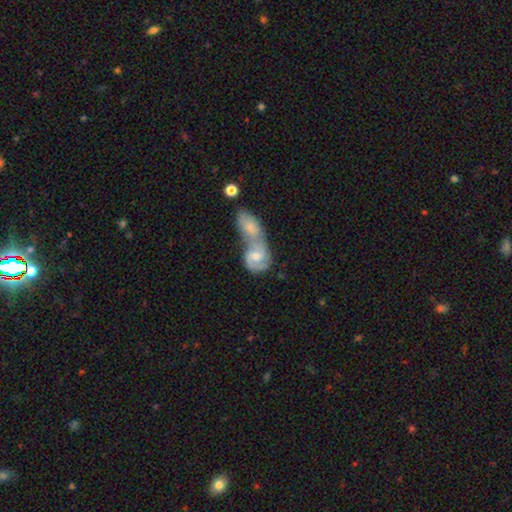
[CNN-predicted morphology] This appears to be a featured or disk galaxy (61%) with no bar (56%), spiral arms (82%) and a moderate central bulge (60%). Merging: merger (76%).